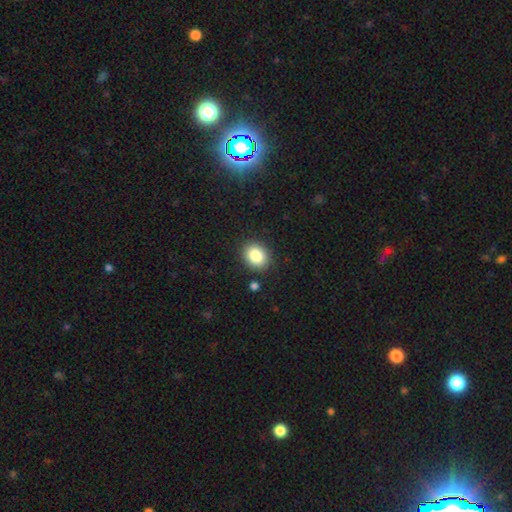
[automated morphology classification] Smooth or featured?
  - smooth: 85% *
  - star or artifact: 9%
  - featured or disk: 6%
How rounded?
  - in between: 51% *
  - round: 49%
  - cigar-shaped: 1%
Merging?
  - none: 87% *
  - minor disturbance: 8%
  - major disturbance: 2%
  - merger: 2%